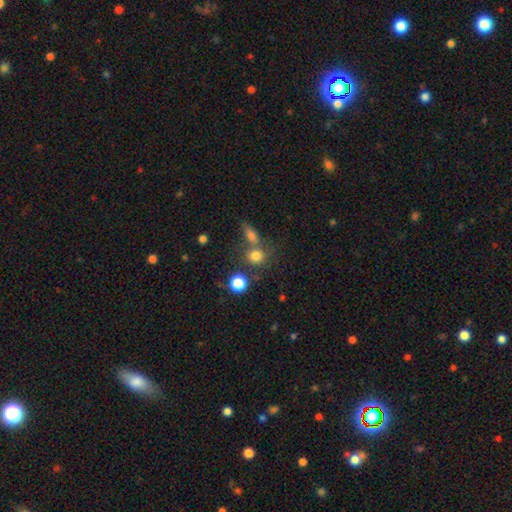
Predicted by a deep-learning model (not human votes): Smooth or featured: smooth — 77% (star or artifact — 14%)
How rounded: round — 78% (in between — 20%)
Merging: none — 55% (merger — 31%)